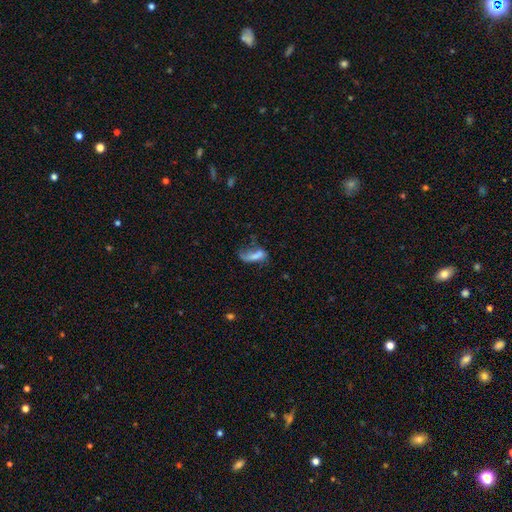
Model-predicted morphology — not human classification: Smooth or featured? smooth (55%)
How rounded? in between (62%)
Merging? major disturbance (43%)